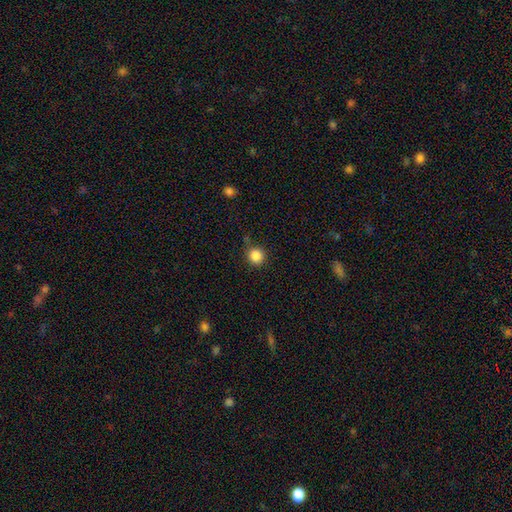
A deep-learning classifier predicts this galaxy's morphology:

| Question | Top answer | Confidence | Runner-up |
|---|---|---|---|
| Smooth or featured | smooth | 86% | star or artifact (11%) |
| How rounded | round | 94% | in between (5%) |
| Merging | none | 81% | minor disturbance (12%) |